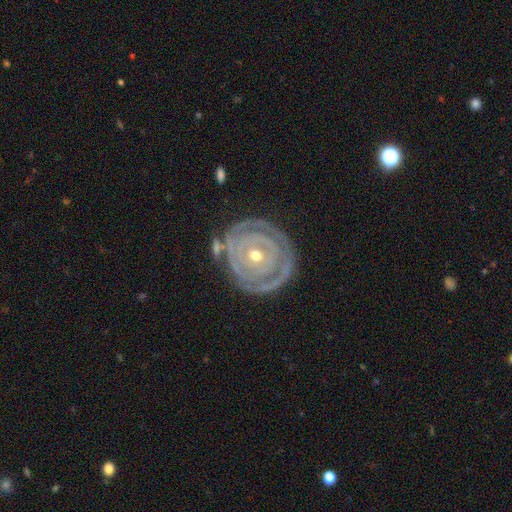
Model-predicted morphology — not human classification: Smooth or featured? Predicted: featured or disk (p=0.85). Edge-on disk? Predicted: no (p=0.96). Bar? Predicted: no (p=0.74). Spiral arms? Predicted: yes (p=0.86). Spiral winding? Predicted: tight (p=0.87). Spiral arm count? Predicted: 2 (p=0.32). Bulge size? Predicted: moderate (p=0.49). Merging? Predicted: none (p=0.73).